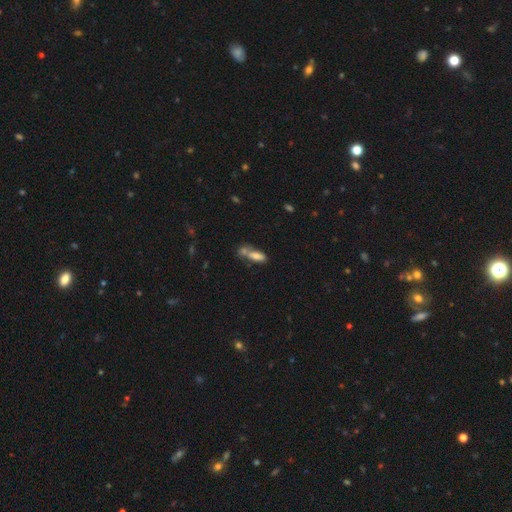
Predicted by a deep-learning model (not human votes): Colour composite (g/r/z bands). It shows a smooth galaxy with no disk features (72%) that is in between round and cigar-shaped (62%). Merging: merger (47%).